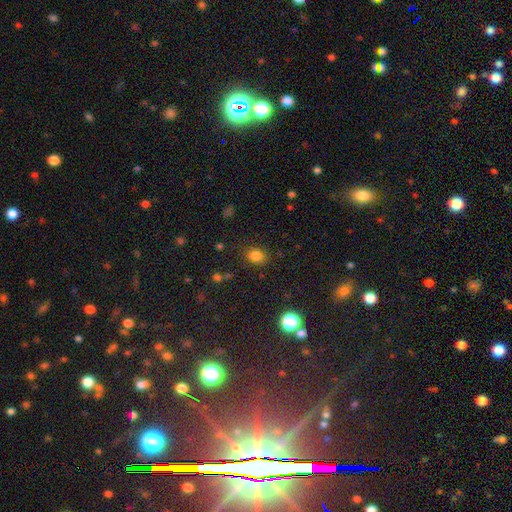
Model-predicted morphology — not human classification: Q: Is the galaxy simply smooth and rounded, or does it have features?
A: smooth — 80%.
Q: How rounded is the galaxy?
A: round — 54%.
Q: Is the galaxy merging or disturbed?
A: none — 82%.